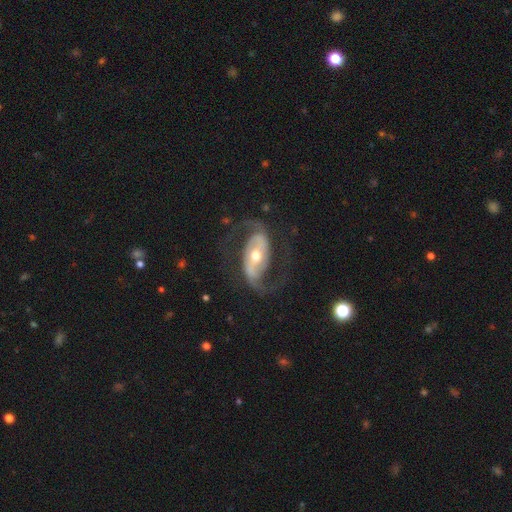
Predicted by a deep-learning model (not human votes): Smooth or featured: featured or disk — 90% (smooth — 6%)
Edge-on disk: no — 97% (yes — 3%)
Bar: strong — 43% (weak — 34%)
Spiral arms: yes — 96% (no — 4%)
Spiral winding: medium — 45% (tied with loose — 45%)
Spiral arm count: 2 — 93% (can't tell — 2%)
Bulge size: moderate — 67% (small — 25%)
Merging: none — 74% (minor disturbance — 12%)